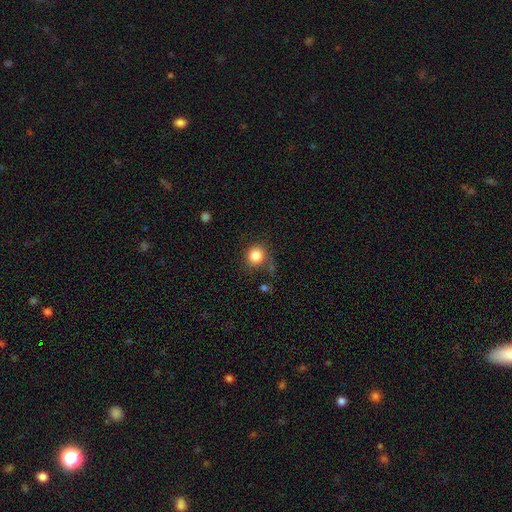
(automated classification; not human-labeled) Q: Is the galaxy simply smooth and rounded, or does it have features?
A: smooth — 84%.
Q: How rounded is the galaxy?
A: round — 87%.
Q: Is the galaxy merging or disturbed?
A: none — 69%.